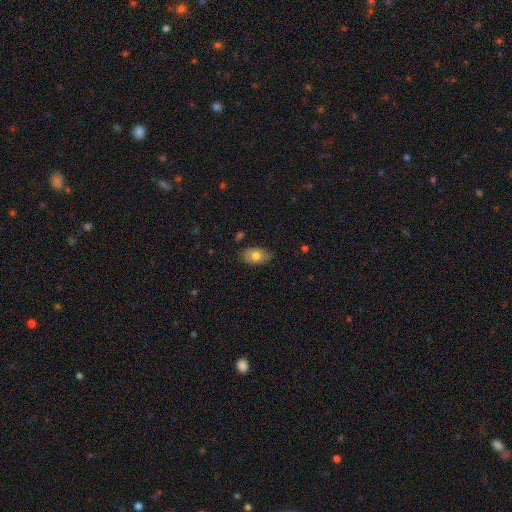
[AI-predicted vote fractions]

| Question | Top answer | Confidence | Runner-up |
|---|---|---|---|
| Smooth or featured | smooth | 74% | featured or disk (19%) |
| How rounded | in between | 91% | round (7%) |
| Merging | none | 82% | minor disturbance (14%) |